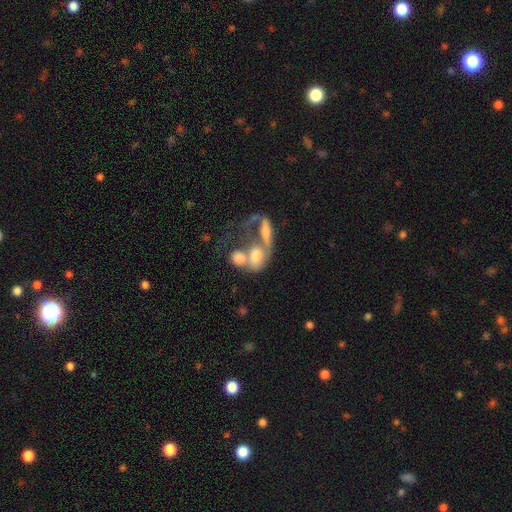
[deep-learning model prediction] smooth 50%, featured or disk 39%, star or artifact 11%. Down the decision tree: merging — merger (66%).